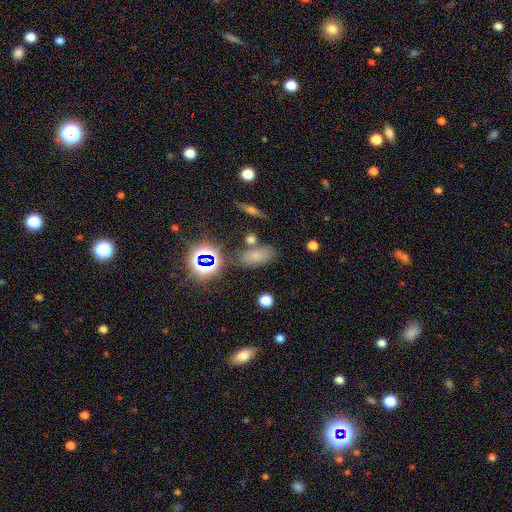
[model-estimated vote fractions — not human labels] This appears to be a smooth galaxy with no disk features (65%) that is in between round and cigar-shaped (84%). Merging: none (67%).